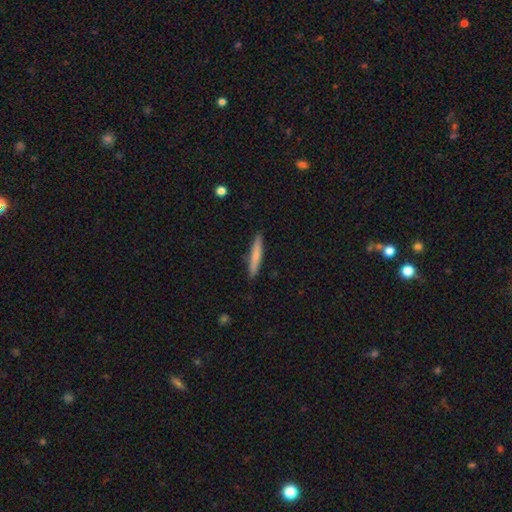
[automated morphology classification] The model was most divided on "smooth or featured": smooth: 72%, featured or disk: 22%, star or artifact: 5%. More confident: how rounded — cigar-shaped (95%); merging — none (90%).